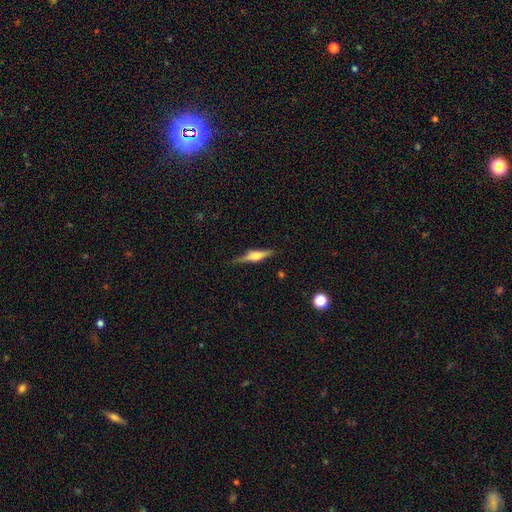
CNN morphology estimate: This appears to be a featured or disk galaxy (70%) viewed edge-on (97%) with a rounded central bulge (88%). Merging: none (85%).